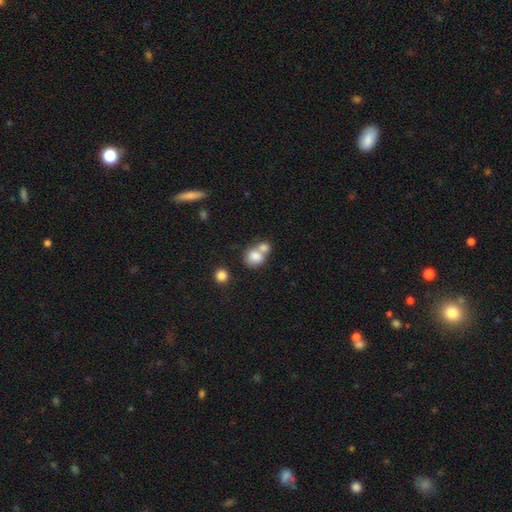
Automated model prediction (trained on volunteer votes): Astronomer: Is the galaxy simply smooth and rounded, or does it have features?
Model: smooth — 79%.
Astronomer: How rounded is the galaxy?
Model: round — 70%.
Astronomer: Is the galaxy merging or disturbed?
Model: merger — 57%.